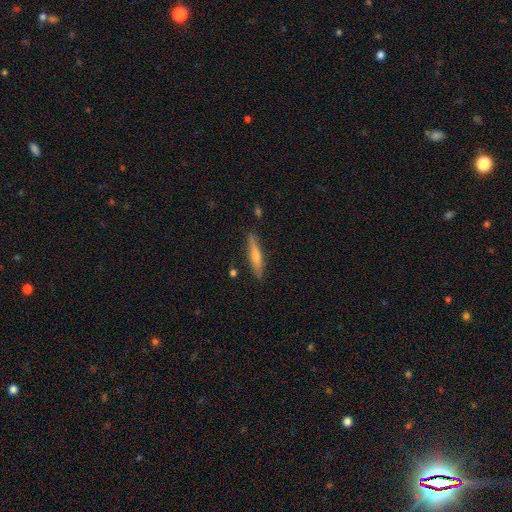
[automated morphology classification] smooth_or_featured: smooth (p=0.49) [alt: featured or disk p=0.45]
merging: none (p=0.87) [alt: minor disturbance p=0.09]